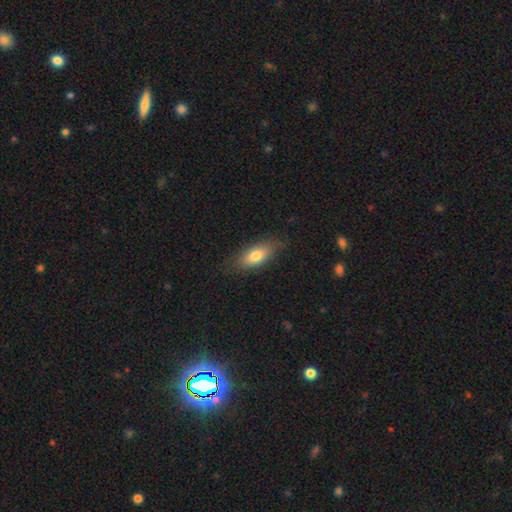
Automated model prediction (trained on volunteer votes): This is likely a smooth galaxy (76%). How rounded: clearly in between (81%). Merging: likely none (80%).